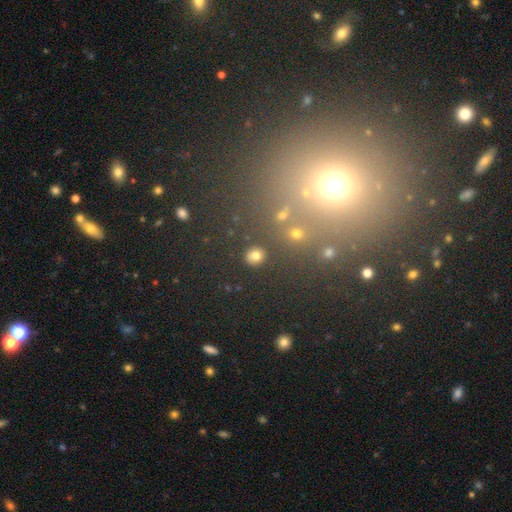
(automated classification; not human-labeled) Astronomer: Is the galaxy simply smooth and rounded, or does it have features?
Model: smooth — 78%.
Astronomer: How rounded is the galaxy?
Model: round — 80%.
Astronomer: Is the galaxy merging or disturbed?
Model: none — 88%.